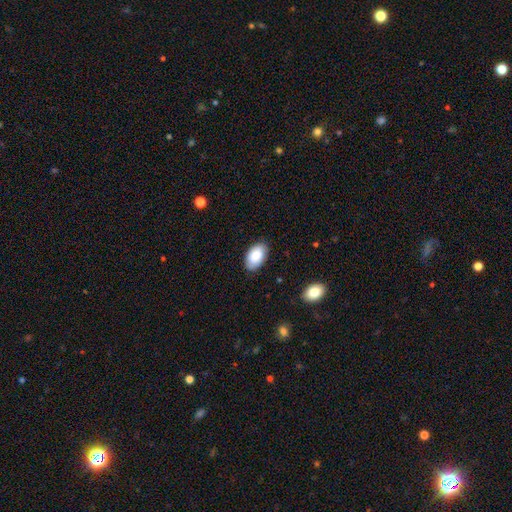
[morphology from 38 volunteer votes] Q: Smooth or featured?
A: smooth (84%); runner-up: featured or disk (11%)
Q: How rounded?
A: in between (94%); runner-up: round (6%)
Q: Merging?
A: none (72%); runner-up: minor disturbance (22%)